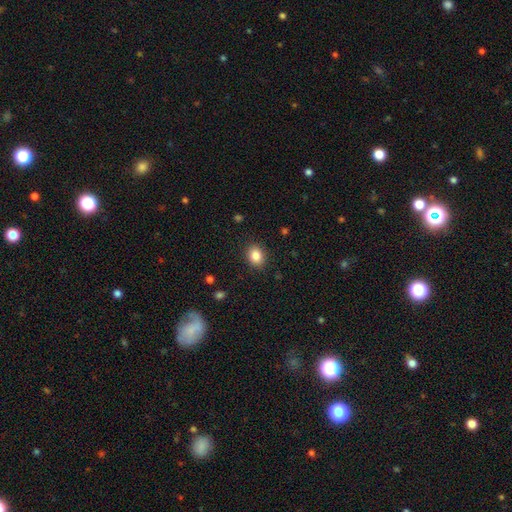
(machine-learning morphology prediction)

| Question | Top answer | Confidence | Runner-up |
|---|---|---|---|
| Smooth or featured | smooth | 86% | star or artifact (9%) |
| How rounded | in between | 54% | round (45%) |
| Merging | none | 88% | minor disturbance (8%) |